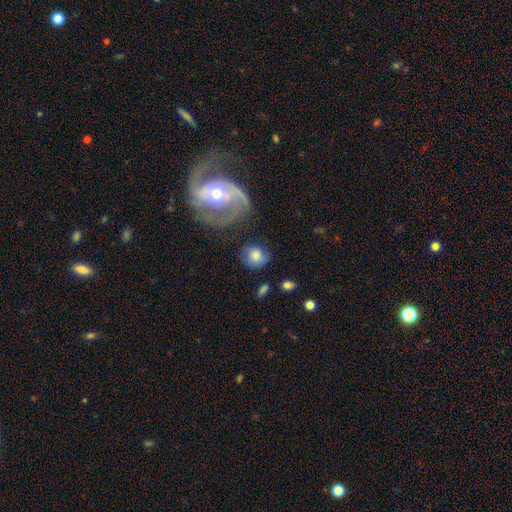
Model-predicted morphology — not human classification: The model was most divided on "smooth or featured": smooth: 67%, featured or disk: 25%, star or artifact: 9%. More confident: how rounded — round (74%); merging — none (66%).